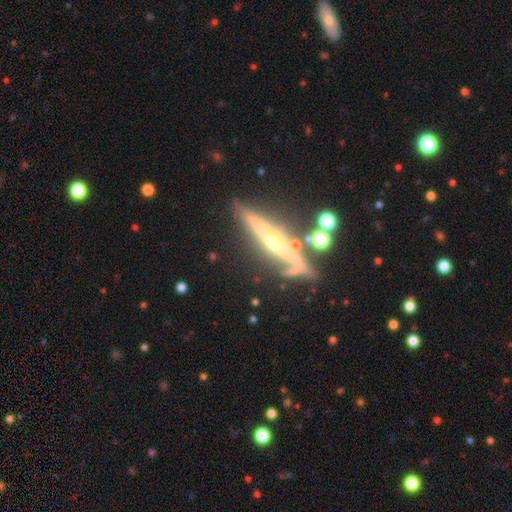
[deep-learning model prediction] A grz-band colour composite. It shows a featured or disk galaxy (79%) viewed edge-on (94%) with a rounded central bulge (81%). Merging: none (69%).